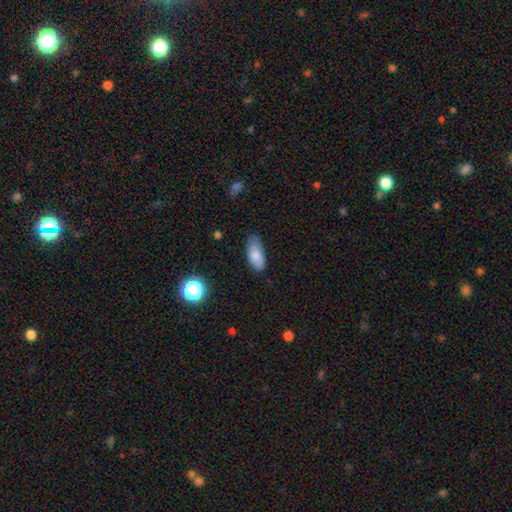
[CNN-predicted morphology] A smooth galaxy with no disk features (81%) that is in between round and cigar-shaped (87%). Merging: none (70%).